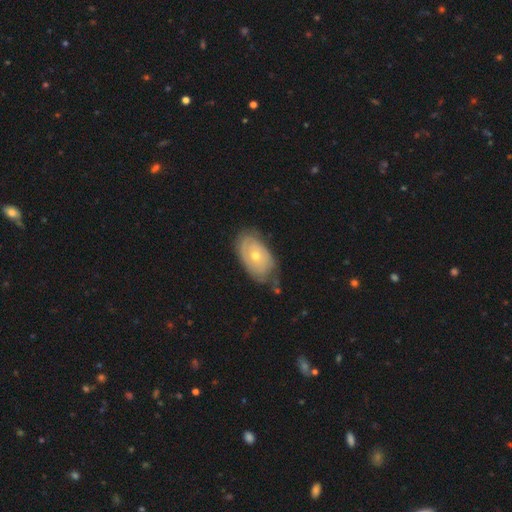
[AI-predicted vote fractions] A featured or disk galaxy (59%) with no bar (87%), spiral arms (59%) and a moderate central bulge (49%). Merging: none (59%).